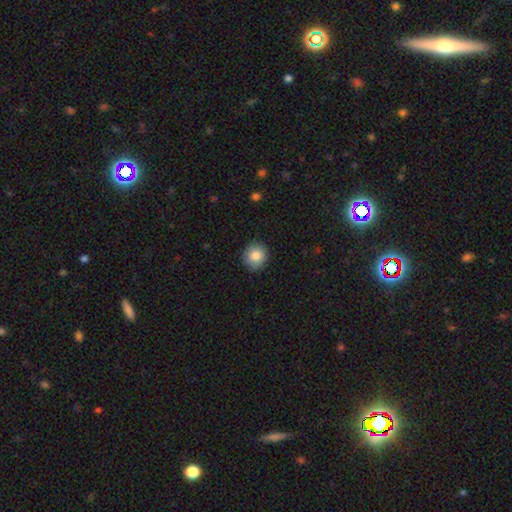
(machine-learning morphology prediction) This is clearly a smooth galaxy (85%). How rounded: clearly round (88%). Merging: clearly none (90%).